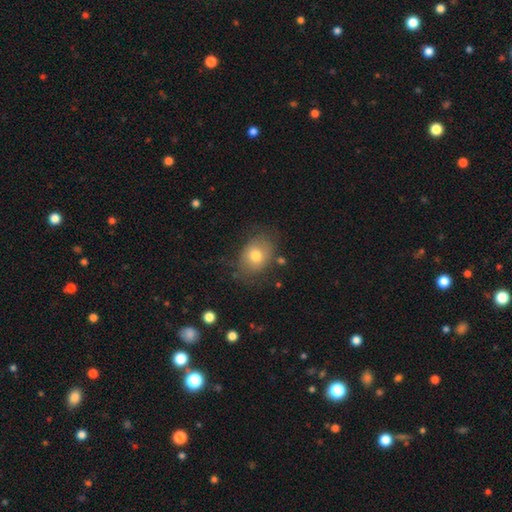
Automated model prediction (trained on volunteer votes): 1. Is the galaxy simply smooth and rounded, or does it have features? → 73% smooth, 18% featured or disk, 9% star or artifact.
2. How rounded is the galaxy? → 61% in between, 38% round, 1% cigar-shaped.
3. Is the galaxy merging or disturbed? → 69% none, 20% minor disturbance, 8% major disturbance, 3% merger.